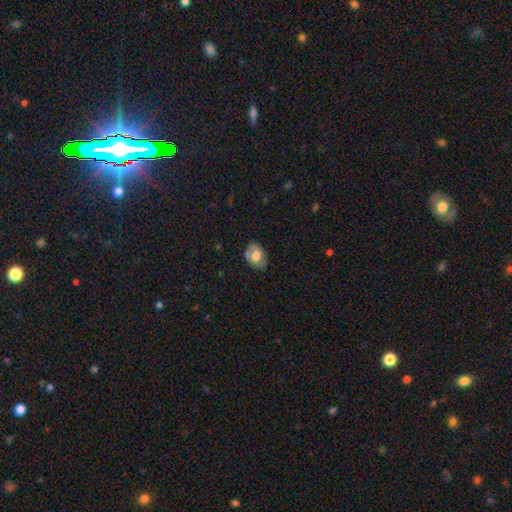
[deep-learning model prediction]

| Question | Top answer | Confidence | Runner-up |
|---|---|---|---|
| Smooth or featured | smooth | 58% | featured or disk (35%) |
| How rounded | in between | 79% | round (19%) |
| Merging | none | 72% | minor disturbance (21%) |